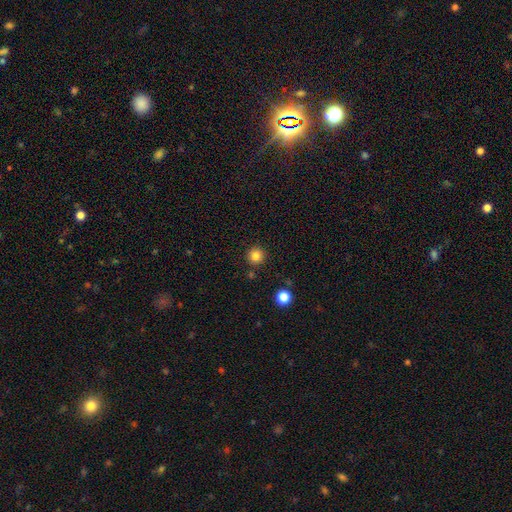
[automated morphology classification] This is clearly a smooth galaxy (83%). How rounded: clearly round (95%). Merging: clearly none (89%).